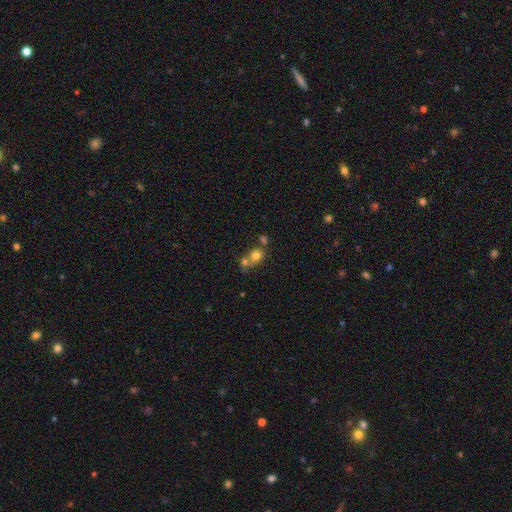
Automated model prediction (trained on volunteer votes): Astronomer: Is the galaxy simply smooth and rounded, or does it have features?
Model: smooth — 73%.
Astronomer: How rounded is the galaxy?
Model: round — 68%.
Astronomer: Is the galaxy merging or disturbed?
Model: merger — 54% (runner-up: none, 33%).